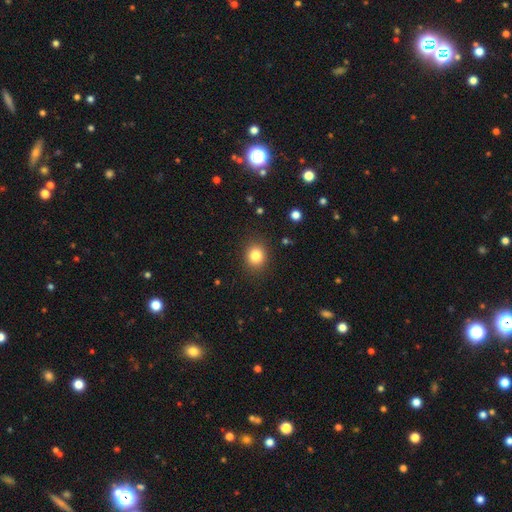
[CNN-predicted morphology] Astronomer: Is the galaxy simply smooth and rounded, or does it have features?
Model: smooth — 83%.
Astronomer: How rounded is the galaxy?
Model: round — 77%.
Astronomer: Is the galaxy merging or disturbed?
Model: none — 89%.